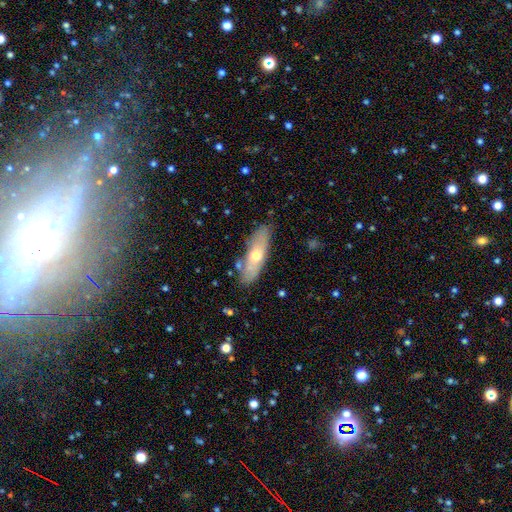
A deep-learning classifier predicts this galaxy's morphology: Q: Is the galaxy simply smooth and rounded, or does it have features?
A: smooth — 51%.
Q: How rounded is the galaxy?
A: in between — 50%.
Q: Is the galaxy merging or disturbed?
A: none — 79%.